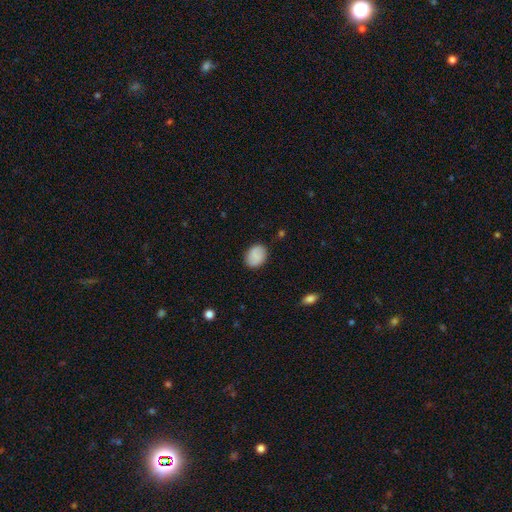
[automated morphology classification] Overall: smooth (85%). How rounded: in between (61%; round 38%). Merging: none (85%).